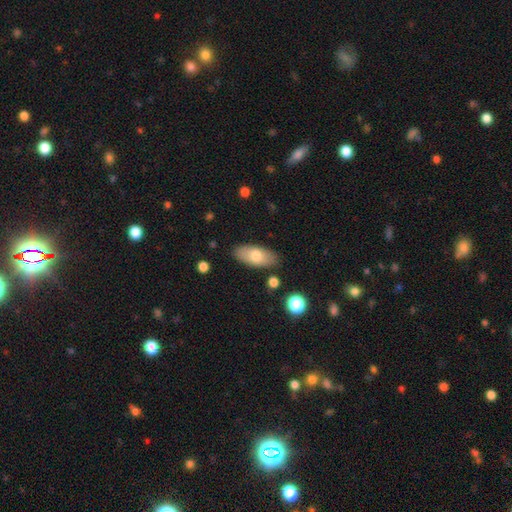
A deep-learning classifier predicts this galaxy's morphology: smooth 74%, featured or disk 20%, star or artifact 6%. Down the decision tree: how rounded — in between (89%); merging — none (84%).